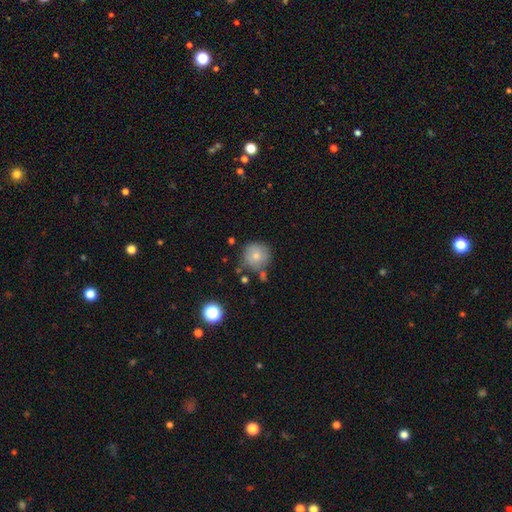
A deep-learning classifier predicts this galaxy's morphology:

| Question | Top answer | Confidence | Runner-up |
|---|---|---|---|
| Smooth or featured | smooth | 76% | featured or disk (14%) |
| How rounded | round | 94% | in between (5%) |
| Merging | none | 72% | minor disturbance (15%) |